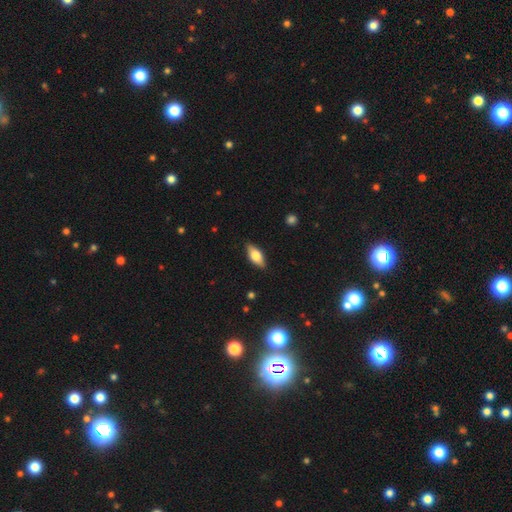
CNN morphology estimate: Smooth or featured? smooth (60%)
How rounded? in between (79%)
Merging? none (86%)